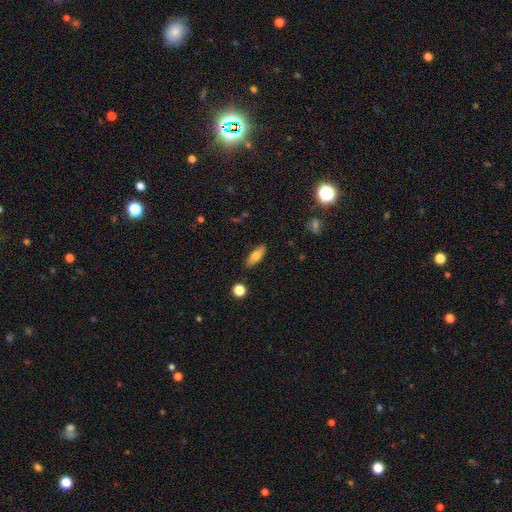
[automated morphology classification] type=smooth (68%); roundness=in between (66%); merging=none (87%).